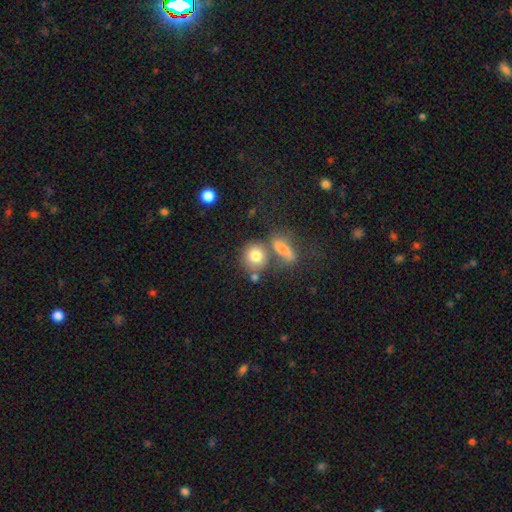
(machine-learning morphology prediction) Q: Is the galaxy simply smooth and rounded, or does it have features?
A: smooth — 78%.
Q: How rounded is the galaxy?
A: round — 75%.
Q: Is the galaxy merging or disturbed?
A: none — 53%.